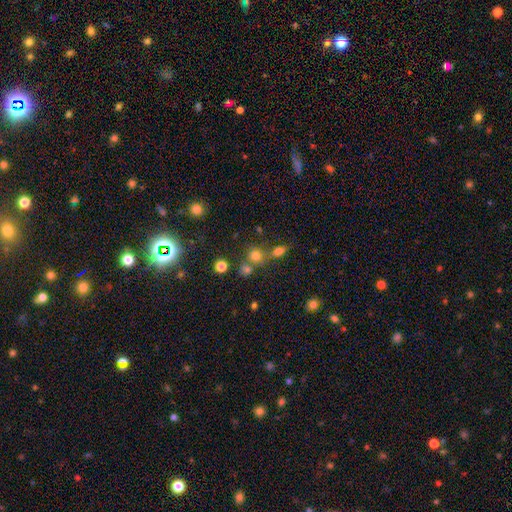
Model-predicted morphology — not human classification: Smooth or featured? smooth (71%)
How rounded? round (85%)
Merging? none (61%)